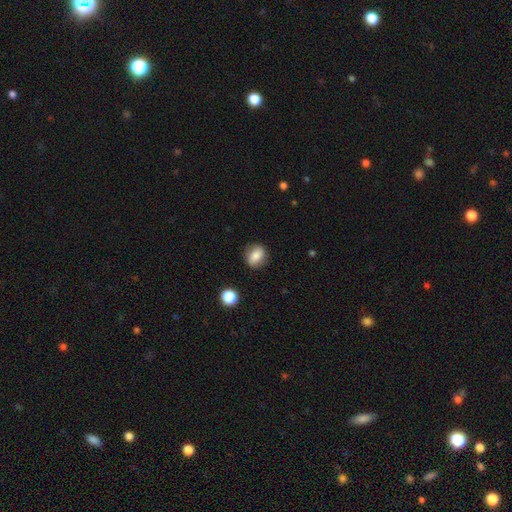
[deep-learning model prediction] Smooth or featured? Predicted: smooth (p=0.79). How rounded? Predicted: round (p=0.50). Merging? Predicted: none (p=0.83).